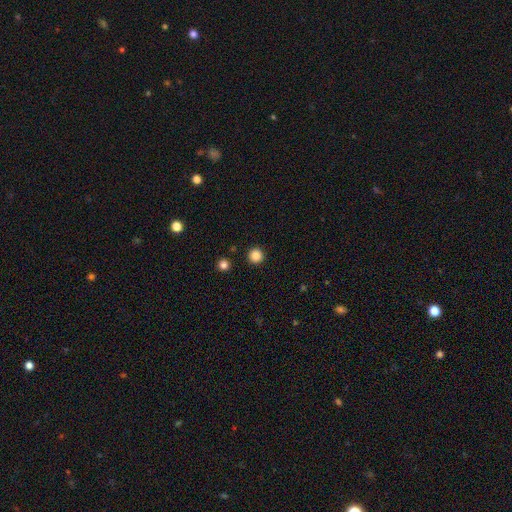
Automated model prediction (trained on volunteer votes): smooth 86%, star or artifact 11%, featured or disk 3%. Down the decision tree: how rounded — round (96%); merging — none (93%).